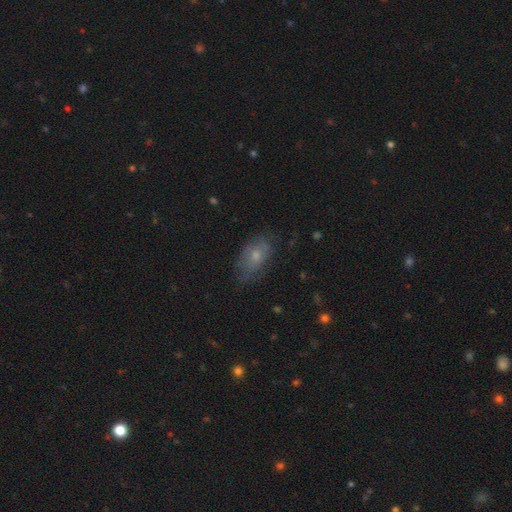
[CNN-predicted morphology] A smooth galaxy with no disk features (61%) that is in between round and cigar-shaped (88%).

Vote fractions:
- Smooth or featured? smooth: 61% / featured or disk: 29% / star or artifact: 10%
- How rounded? in between: 88% / round: 8% / cigar-shaped: 4%
- Merging? none: 64% / minor disturbance: 25% / major disturbance: 9% / merger: 2%